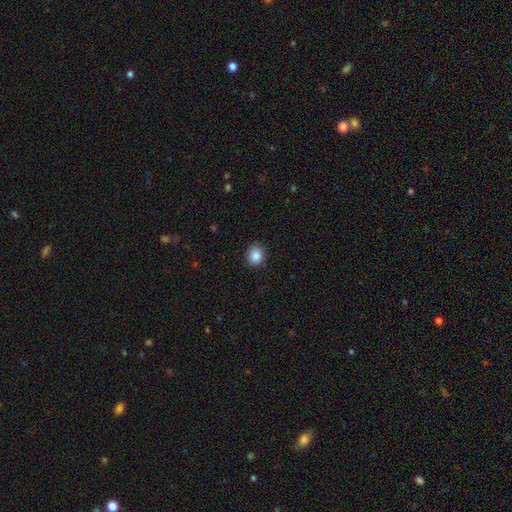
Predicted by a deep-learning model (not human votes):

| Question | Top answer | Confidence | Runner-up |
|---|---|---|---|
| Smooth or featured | smooth | 87% | star or artifact (9%) |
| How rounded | round | 65% | in between (34%) |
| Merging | none | 89% | minor disturbance (8%) |